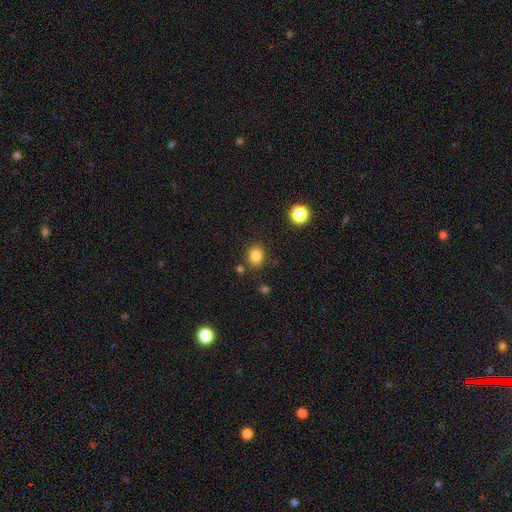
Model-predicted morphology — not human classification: A smooth galaxy with no disk features (84%) that is round (68%).

Vote fractions:
- Smooth or featured? smooth: 84% / star or artifact: 12% / featured or disk: 5%
- How rounded? round: 68% / in between: 31% / cigar-shaped: 1%
- Merging? none: 85% / minor disturbance: 9% / merger: 4% / major disturbance: 3%